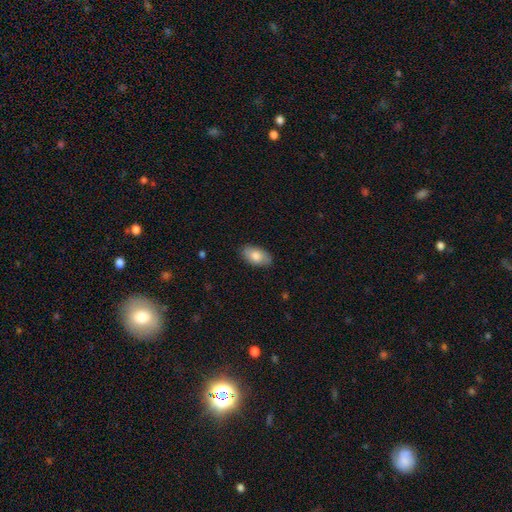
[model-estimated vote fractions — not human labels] smooth 81%, featured or disk 13%, star or artifact 6%. Down the decision tree: how rounded — in between (94%); merging — none (83%).